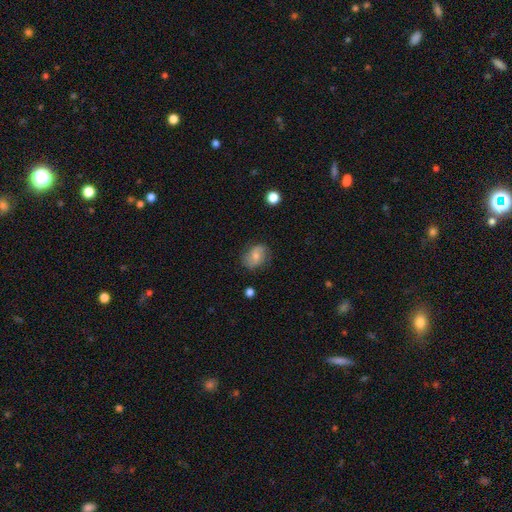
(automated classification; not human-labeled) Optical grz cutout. It shows a smooth galaxy with no disk features (58%) that is in between round and cigar-shaped (64%). Merging: none (74%).